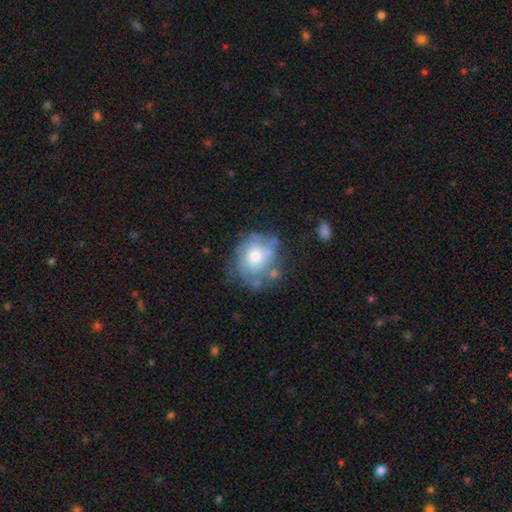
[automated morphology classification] smooth-or-featured: smooth: 47% | featured or disk: 44% | star or artifact: 9%
  merging: none: 52% | minor disturbance: 26% | major disturbance: 16% | merger: 6%